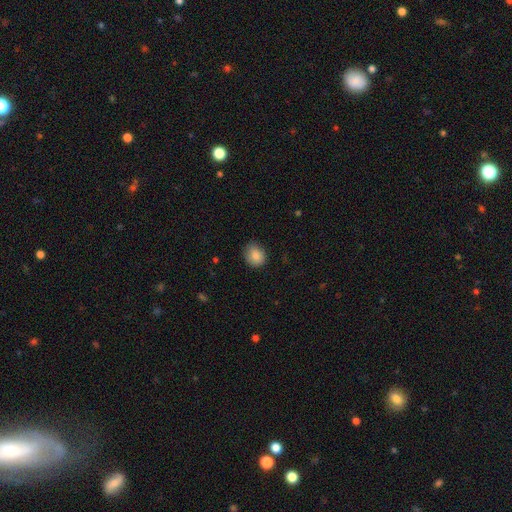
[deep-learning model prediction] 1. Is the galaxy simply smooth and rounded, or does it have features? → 86% smooth, 8% star or artifact, 6% featured or disk.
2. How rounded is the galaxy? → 67% round, 33% in between, 1% cigar-shaped.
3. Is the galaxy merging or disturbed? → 78% none, 18% minor disturbance, 3% major disturbance, 1% merger.